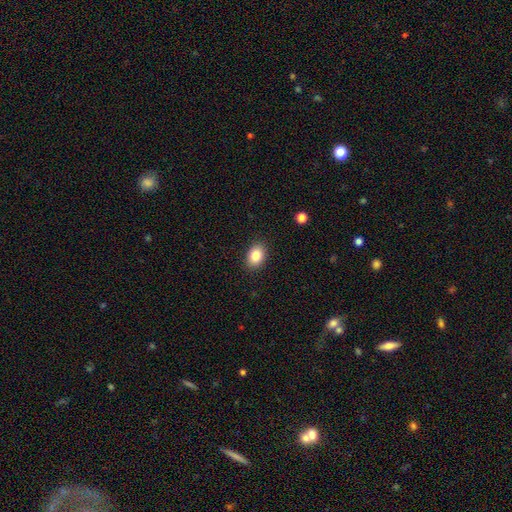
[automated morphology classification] Smooth or featured: smooth — 84% (star or artifact — 9%)
How rounded: in between — 76% (round — 23%)
Merging: none — 89% (minor disturbance — 8%)